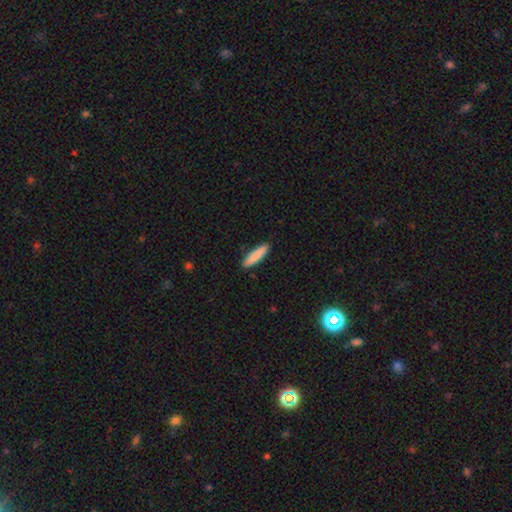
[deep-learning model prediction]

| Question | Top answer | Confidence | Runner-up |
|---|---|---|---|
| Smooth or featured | smooth | 84% | featured or disk (11%) |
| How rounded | cigar-shaped | 85% | in between (14%) |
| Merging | none | 90% | minor disturbance (7%) |